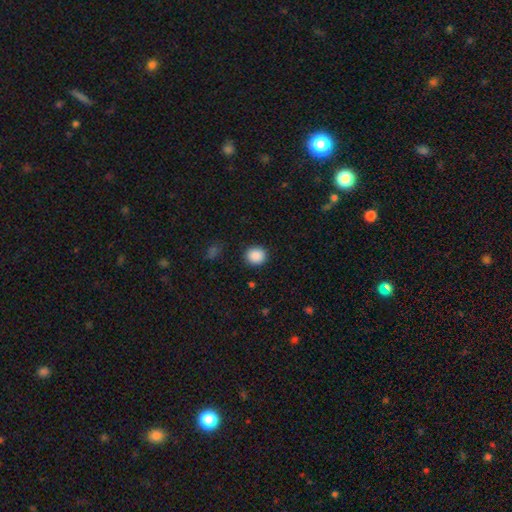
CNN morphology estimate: Q: Smooth or featured?
A: smooth (89%); runner-up: star or artifact (9%)
Q: How rounded?
A: round (85%); runner-up: in between (14%)
Q: Merging?
A: none (90%); runner-up: minor disturbance (6%)